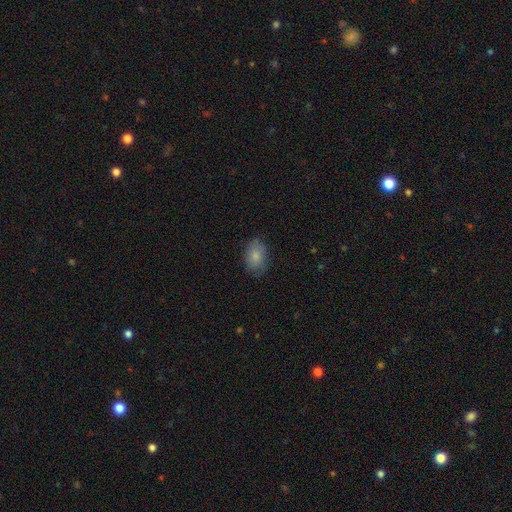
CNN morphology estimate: Q: Smooth or featured?
A: smooth (82%); runner-up: featured or disk (11%)
Q: How rounded?
A: in between (77%); runner-up: round (21%)
Q: Merging?
A: none (76%); runner-up: minor disturbance (18%)